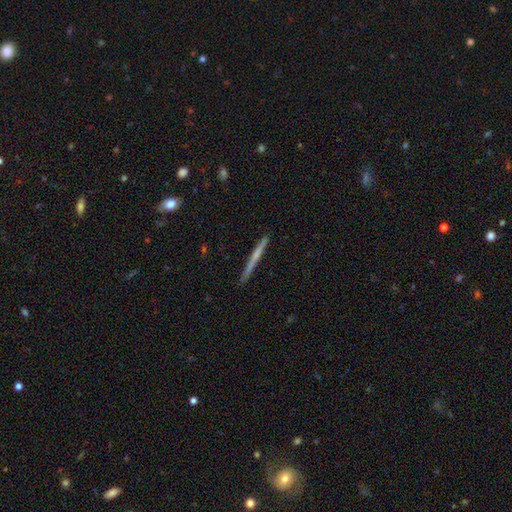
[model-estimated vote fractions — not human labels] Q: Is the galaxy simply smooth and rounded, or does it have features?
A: featured or disk — 52%.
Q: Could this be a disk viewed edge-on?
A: yes — 98%.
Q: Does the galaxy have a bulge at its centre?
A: none — 70%.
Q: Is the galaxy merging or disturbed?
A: none — 89%.